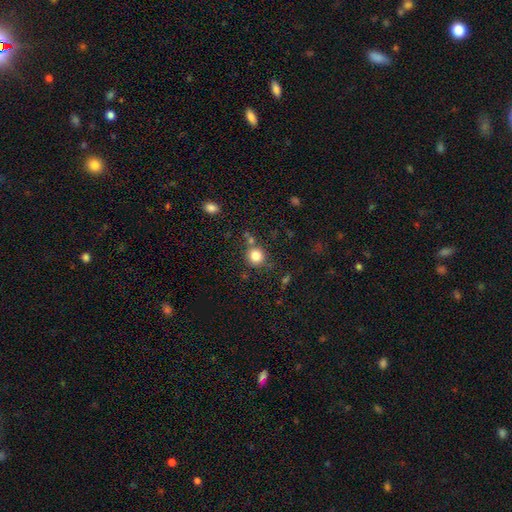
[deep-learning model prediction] Smooth or featured? smooth (82%)
How rounded? round (91%)
Merging? none (75%)